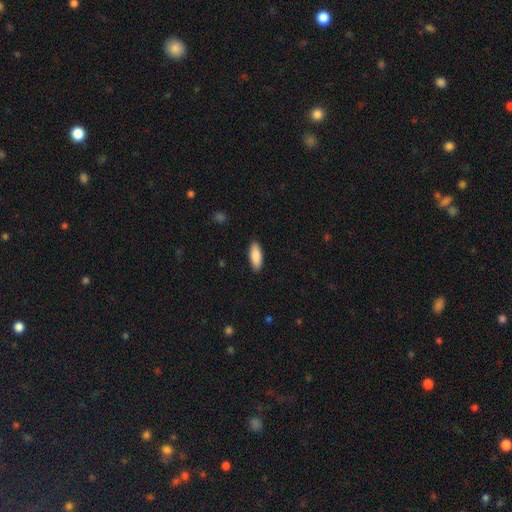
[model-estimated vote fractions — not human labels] smooth_or_featured: smooth (p=0.88) [alt: featured or disk p=0.07]
how_rounded: in between (p=0.71) [alt: cigar-shaped p=0.27]
merging: none (p=0.89) [alt: minor disturbance p=0.08]